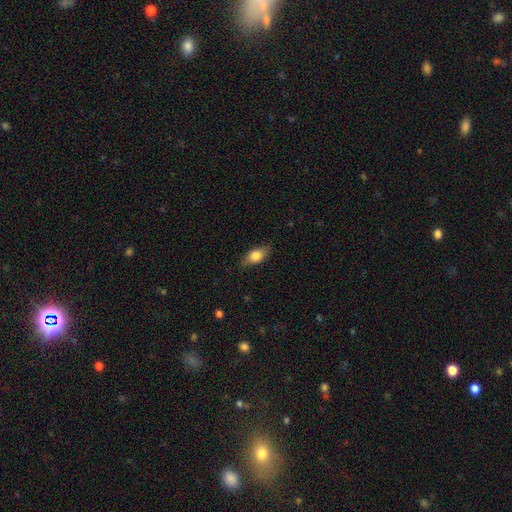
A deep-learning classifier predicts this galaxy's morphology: A smooth galaxy with no disk features (79%) that is in between round and cigar-shaped (85%).

Vote fractions:
- Smooth or featured? smooth: 79% / featured or disk: 14% / star or artifact: 7%
- How rounded? in between: 85% / cigar-shaped: 8% / round: 7%
- Merging? none: 82% / minor disturbance: 14% / major disturbance: 3% / merger: 1%